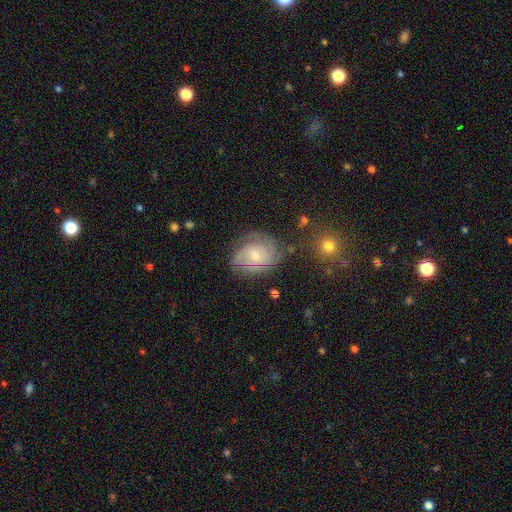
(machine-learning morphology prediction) A featured or disk galaxy (78%) with no bar (53%), tight (61%) spiral arms (95%) and a small central bulge (51%).

Vote fractions:
- Smooth or featured? featured or disk: 78% / smooth: 15% / star or artifact: 7%
- Edge-on disk? no: 98% / yes: 2%
- Bar? no: 53% / weak: 41% / strong: 6%
- Spiral arms? yes: 95% / no: 5%
- Spiral winding? tight: 61% / medium: 32% / loose: 7%
- Spiral arm count? can't tell: 30% / 3: 27% / 2: 20% / 4: 12% / 1: 5% / more than 4: 5%
- Bulge size? small: 51% / moderate: 43% / none: 3% / large: 2% / dominant: 1%
- Merging? none: 68% / minor disturbance: 21% / major disturbance: 8% / merger: 3%